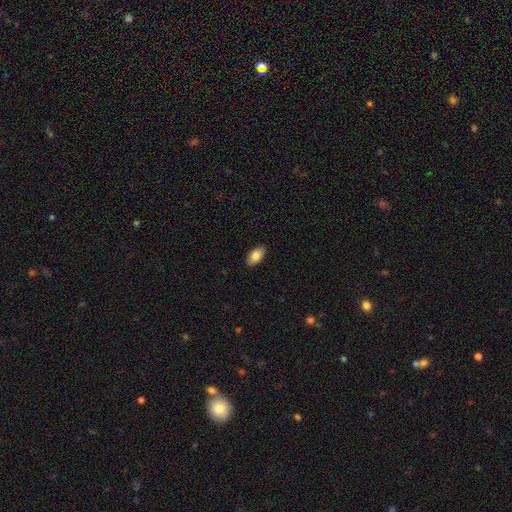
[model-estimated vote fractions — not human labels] This is clearly a smooth galaxy (84%). How rounded: clearly in between (93%). Merging: clearly none (89%).